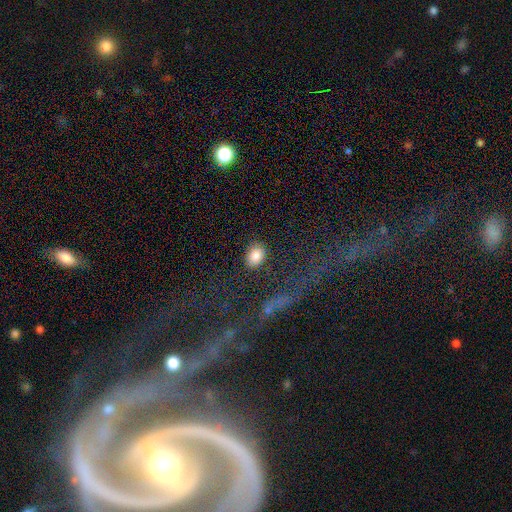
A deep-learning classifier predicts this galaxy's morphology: A smooth galaxy with no disk features (86%) that is in between round and cigar-shaped (72%). Merging: none (83%).